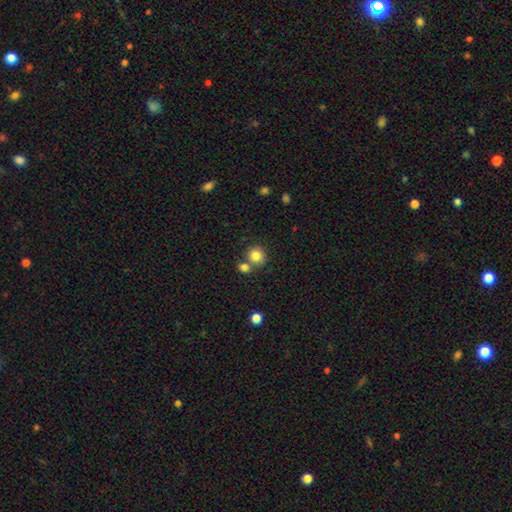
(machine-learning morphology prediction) A smooth galaxy with no disk features (83%) that is round (86%).

Vote fractions:
- Smooth or featured? smooth: 83% / star or artifact: 10% / featured or disk: 7%
- How rounded? round: 86% / in between: 13% / cigar-shaped: 1%
- Merging? none: 60% / merger: 26% / minor disturbance: 10% / major disturbance: 3%